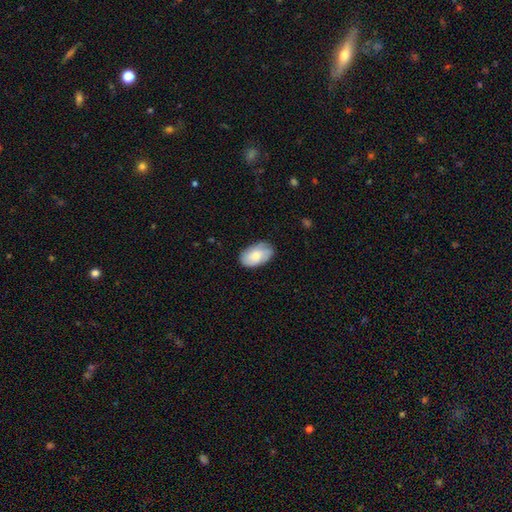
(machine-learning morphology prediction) Smooth or featured? smooth (73%)
How rounded? in between (93%)
Merging? none (75%)